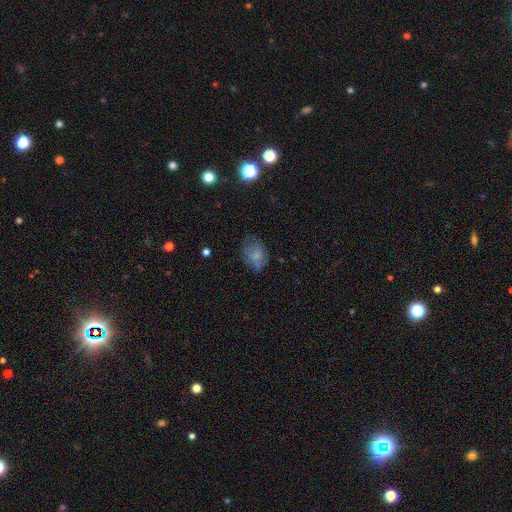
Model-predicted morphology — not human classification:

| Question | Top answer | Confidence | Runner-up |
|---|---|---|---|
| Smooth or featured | smooth | 60% | featured or disk (27%) |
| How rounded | in between | 69% | round (30%) |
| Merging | none | 49% | minor disturbance (27%) |